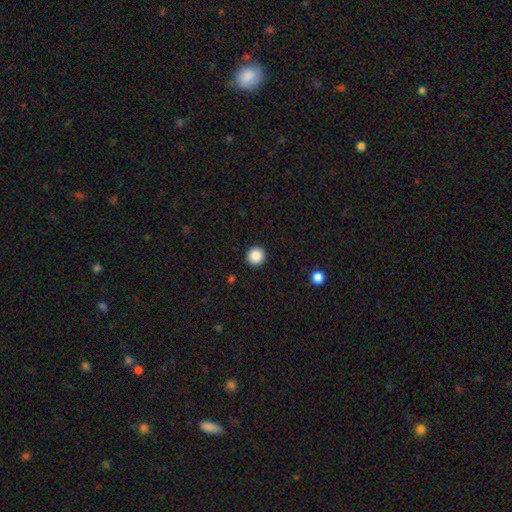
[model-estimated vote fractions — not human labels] The model was most divided on "smooth or featured": smooth: 88%, star or artifact: 9%, featured or disk: 3%. More confident: how rounded — round (93%); merging — none (93%).